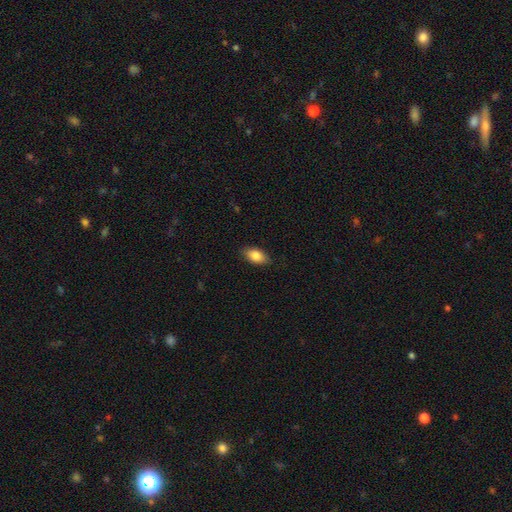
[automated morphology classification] Smooth or featured?
  - smooth: 83% *
  - featured or disk: 10%
  - star or artifact: 7%
How rounded?
  - in between: 91% *
  - round: 5%
  - cigar-shaped: 4%
Merging?
  - none: 85% *
  - minor disturbance: 11%
  - major disturbance: 2%
  - merger: 1%